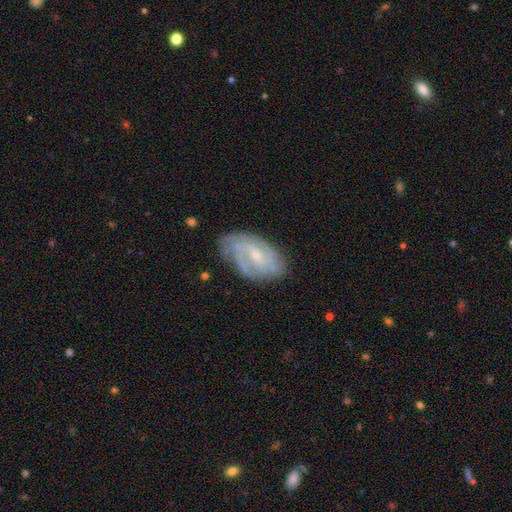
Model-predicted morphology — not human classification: The model was most divided on "bar": weak: 47%, no: 44%, strong: 9%. Remaining: edge-on disk — no (96%); spiral arms — yes (91%); smooth or featured — featured or disk (77%); merging — none (70%); bulge size — small (60%); spiral winding — tight (49%); spiral arm count — can't tell (36%).